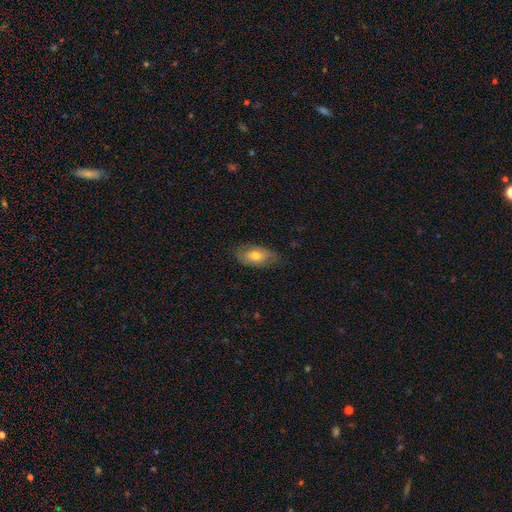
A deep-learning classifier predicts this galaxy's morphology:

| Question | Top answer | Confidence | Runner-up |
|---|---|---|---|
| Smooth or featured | smooth | 69% | featured or disk (25%) |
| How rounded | in between | 90% | round (5%) |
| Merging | none | 74% | minor disturbance (21%) |